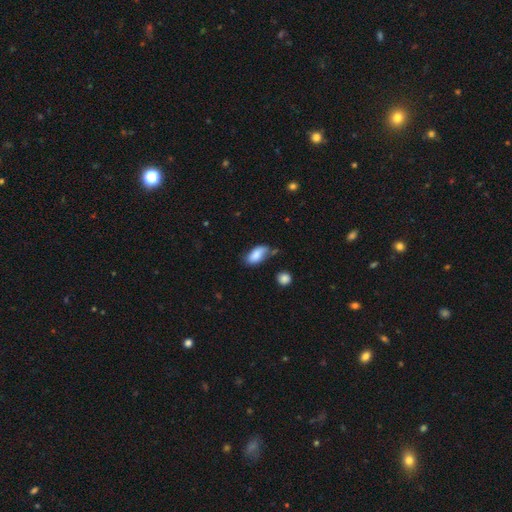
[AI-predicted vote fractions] A smooth galaxy with no disk features (83%) that is in between round and cigar-shaped (91%). Merging: none (55%).